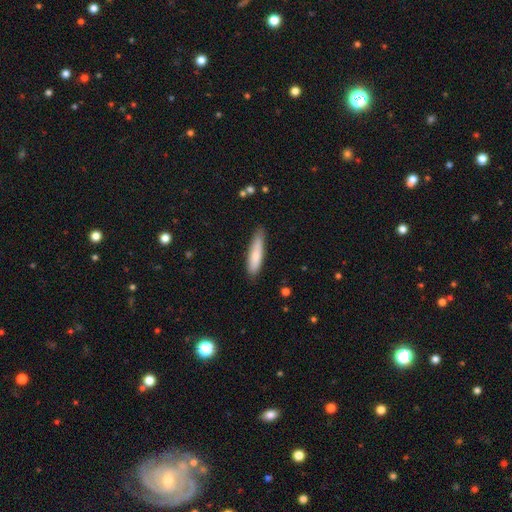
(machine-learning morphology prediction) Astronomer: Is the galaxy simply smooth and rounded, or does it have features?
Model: smooth — 80%.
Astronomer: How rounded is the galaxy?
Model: cigar-shaped — 80%.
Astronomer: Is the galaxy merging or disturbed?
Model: none — 78%.